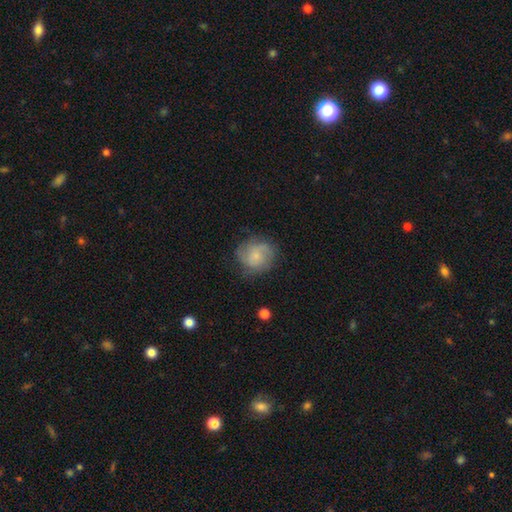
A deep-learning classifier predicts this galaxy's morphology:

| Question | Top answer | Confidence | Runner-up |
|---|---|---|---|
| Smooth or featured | smooth | 49% | featured or disk (43%) |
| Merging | none | 66% | minor disturbance (23%) |